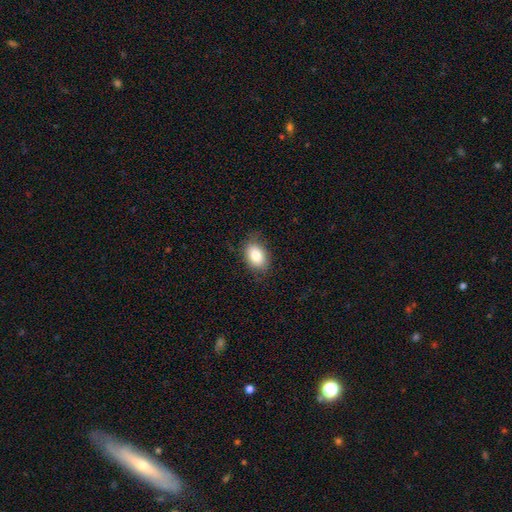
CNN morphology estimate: Overall: smooth (83%). How rounded: in between (83%). Merging: none (78%).